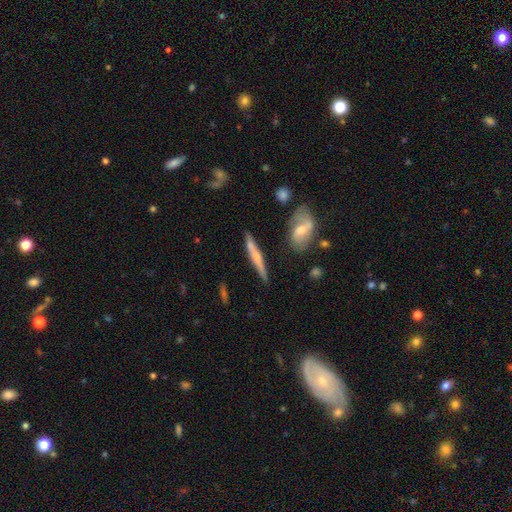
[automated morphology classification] smooth_or_featured: featured or disk (p=0.53) [alt: smooth p=0.40]
disk_edge_on: yes (p=0.93) [alt: no p=0.07]
merging: none (p=0.79) [alt: minor disturbance p=0.14]